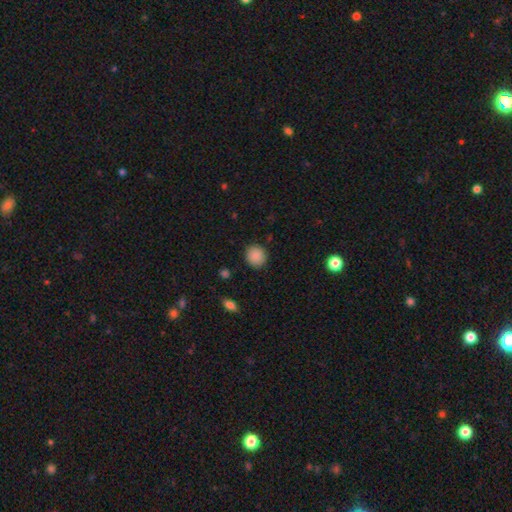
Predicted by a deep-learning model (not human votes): This appears to be a smooth galaxy with no disk features (88%) that is round (89%). Merging: none (90%).